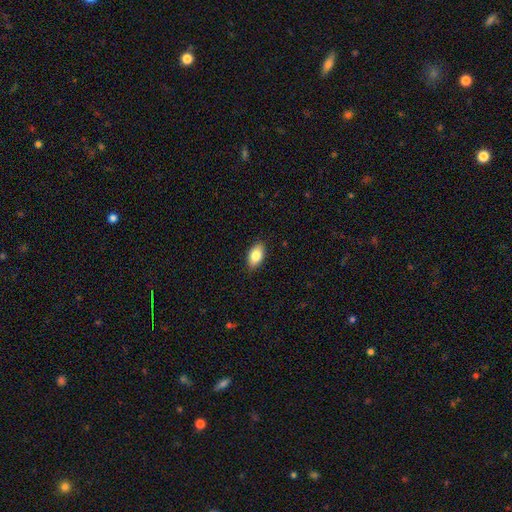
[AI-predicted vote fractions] A smooth galaxy with no disk features (83%) that is in between round and cigar-shaped (92%).

Vote fractions:
- Smooth or featured? smooth: 83% / featured or disk: 10% / star or artifact: 7%
- How rounded? in between: 92% / round: 5% / cigar-shaped: 4%
- Merging? none: 87% / minor disturbance: 10% / major disturbance: 2% / merger: 1%